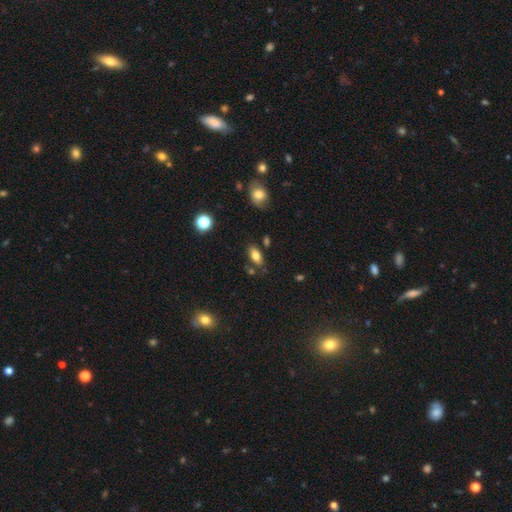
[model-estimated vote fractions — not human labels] This is likely a smooth galaxy (78%). How rounded: clearly in between (88%). Merging: likely none (77%).